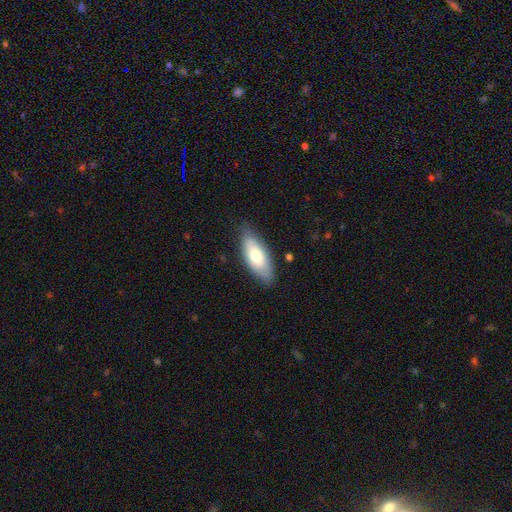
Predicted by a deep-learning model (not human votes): A smooth galaxy with no disk features (72%) that is in between round and cigar-shaped (79%).

Vote fractions:
- Smooth or featured? smooth: 72% / featured or disk: 22% / star or artifact: 6%
- How rounded? in between: 79% / cigar-shaped: 19% / round: 2%
- Merging? none: 79% / minor disturbance: 16% / major disturbance: 3% / merger: 1%